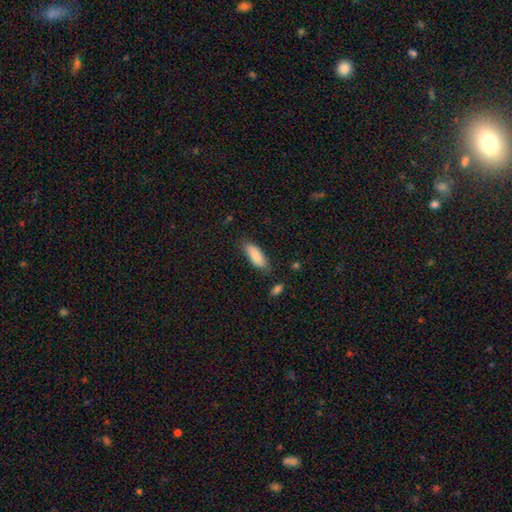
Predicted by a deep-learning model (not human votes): Smooth or featured?
  - smooth: 87% *
  - featured or disk: 7%
  - star or artifact: 6%
How rounded?
  - in between: 72% *
  - cigar-shaped: 26%
  - round: 2%
Merging?
  - none: 79% *
  - minor disturbance: 15%
  - major disturbance: 3%
  - merger: 3%